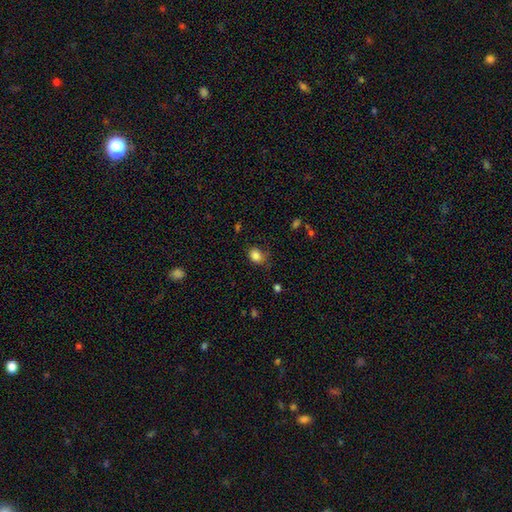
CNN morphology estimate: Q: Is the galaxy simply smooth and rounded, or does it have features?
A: smooth — 84%.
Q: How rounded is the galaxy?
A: in between — 60%.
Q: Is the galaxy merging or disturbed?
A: none — 64%.